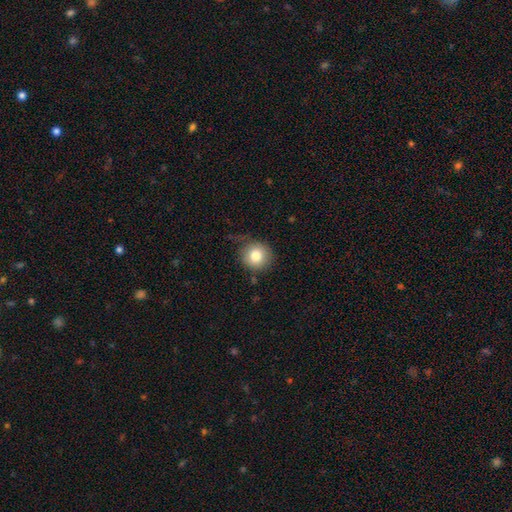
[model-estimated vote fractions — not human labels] Smooth or featured? smooth (80%)
How rounded? round (91%)
Merging? none (71%)